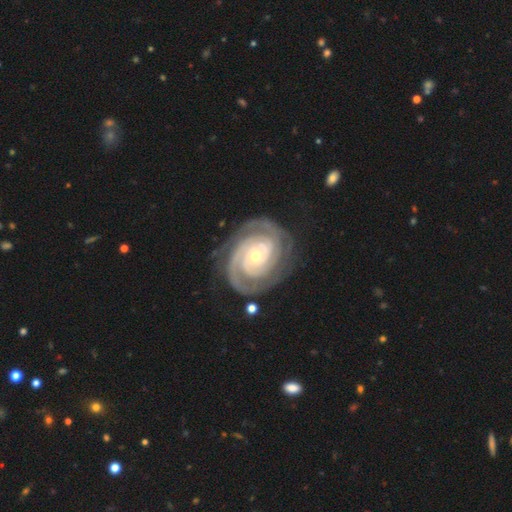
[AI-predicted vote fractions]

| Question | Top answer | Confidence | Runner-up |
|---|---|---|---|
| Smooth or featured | featured or disk | 92% | smooth (4%) |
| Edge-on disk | no | 98% | yes (2%) |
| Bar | no | 72% | weak (20%) |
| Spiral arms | yes | 98% | no (2%) |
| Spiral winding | tight | 79% | medium (18%) |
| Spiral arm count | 2 | 45% | 3 (23%) |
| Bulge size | small | 62% | moderate (34%) |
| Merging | none | 77% | minor disturbance (15%) |